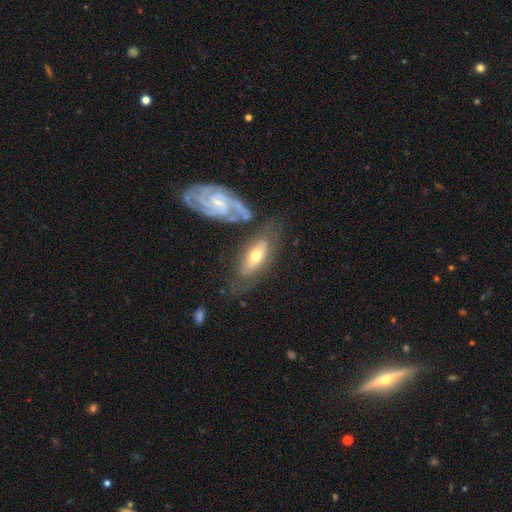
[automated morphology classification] Smooth or featured?
  - featured or disk: 54% *
  - smooth: 39%
  - star or artifact: 6%
Edge-on disk?
  - no: 73% *
  - yes: 27%
Merging?
  - none: 57% *
  - minor disturbance: 19%
  - merger: 15%
  - major disturbance: 9%